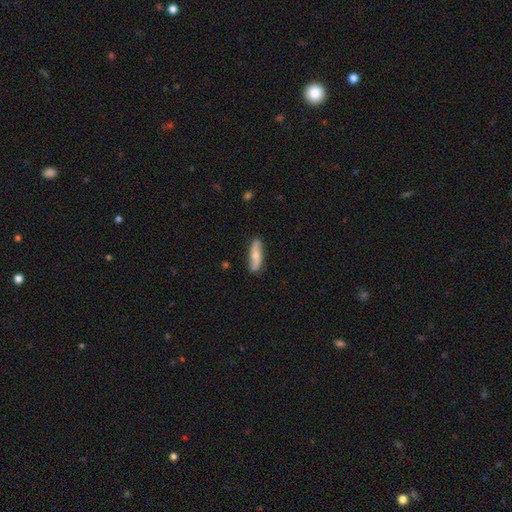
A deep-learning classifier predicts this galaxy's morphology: Smooth or featured: featured or disk — 47% (tied with smooth — 47%)
Merging: none — 83% (minor disturbance — 13%)